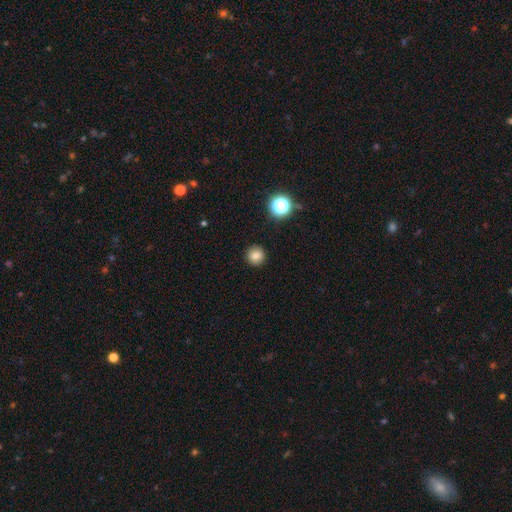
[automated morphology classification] smooth_or_featured: smooth (p=0.81) [alt: star or artifact p=0.13]
how_rounded: round (p=0.92) [alt: in between p=0.07]
merging: none (p=0.91) [alt: minor disturbance p=0.06]